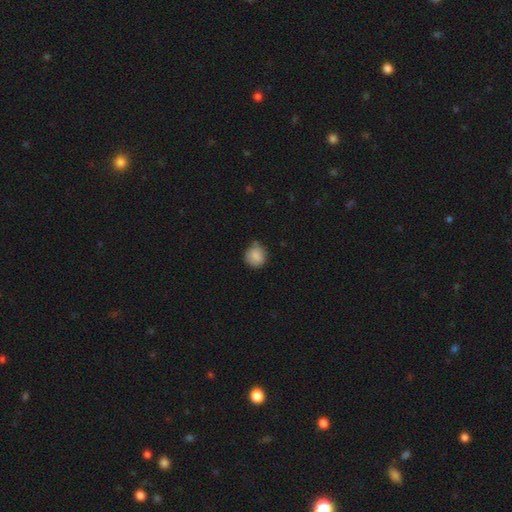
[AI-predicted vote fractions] This appears to be a smooth galaxy with no disk features (87%) that is round (86%). Merging: none (73%).